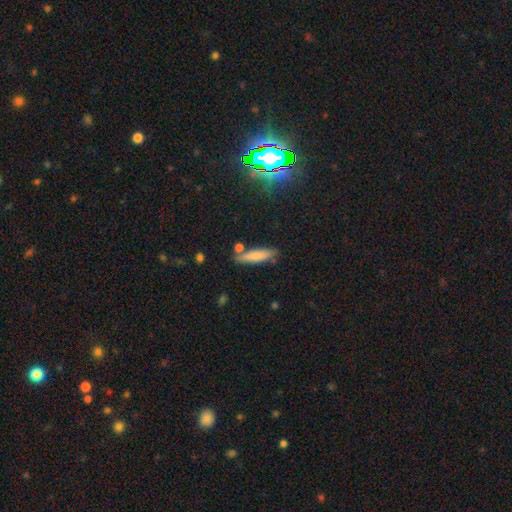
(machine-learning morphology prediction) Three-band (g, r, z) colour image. It shows a smooth galaxy with no disk features (75%) that is cigar-shaped (79%). Merging: none (77%).